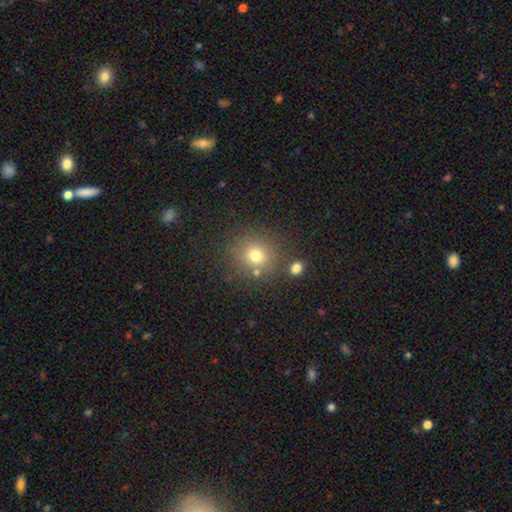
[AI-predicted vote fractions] Smooth or featured? Predicted: smooth (p=0.74). How rounded? Predicted: round (p=0.82). Merging? Predicted: none (p=0.77).